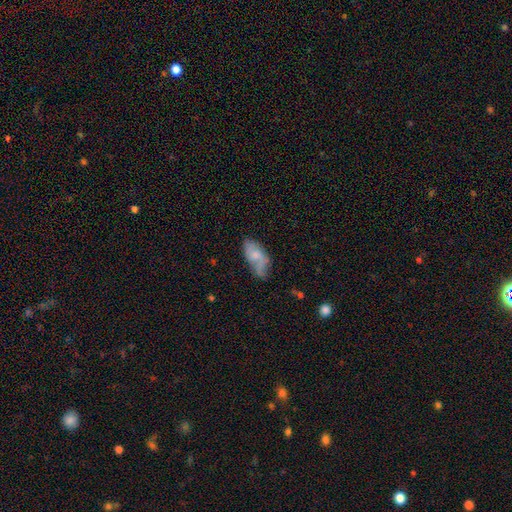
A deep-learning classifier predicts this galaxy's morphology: A smooth galaxy with no disk features (59%) that is in between round and cigar-shaped (92%).

Vote fractions:
- Smooth or featured? smooth: 59% / featured or disk: 34% / star or artifact: 7%
- How rounded? in between: 92% / cigar-shaped: 5% / round: 3%
- Merging? none: 46% / minor disturbance: 36% / major disturbance: 15% / merger: 3%